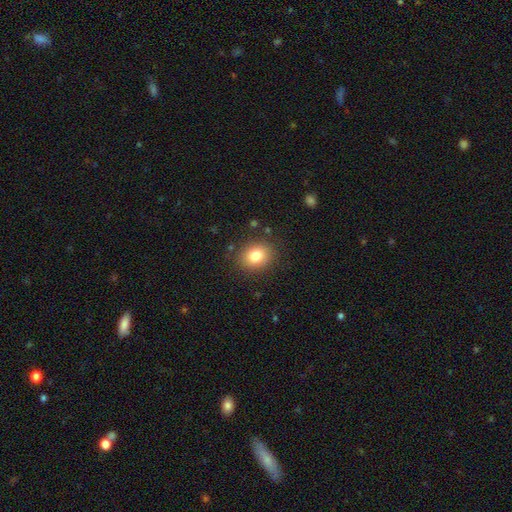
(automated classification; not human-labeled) Overall: smooth (81%). How rounded: round (56%; in between 43%). Merging: none (85%).